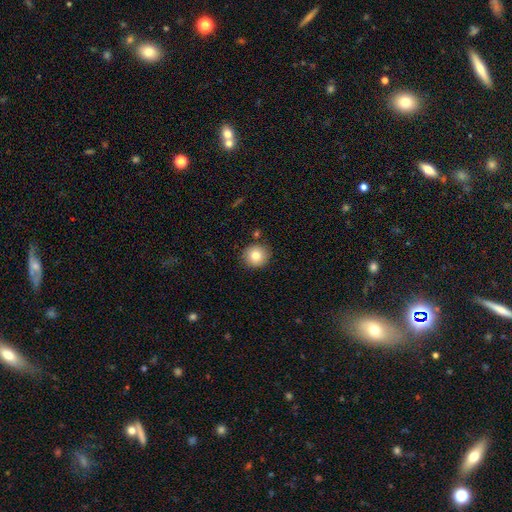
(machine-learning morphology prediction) The model was most divided on "smooth or featured": smooth: 79%, featured or disk: 11%, star or artifact: 10%. More confident: how rounded — round (92%); merging — none (88%).